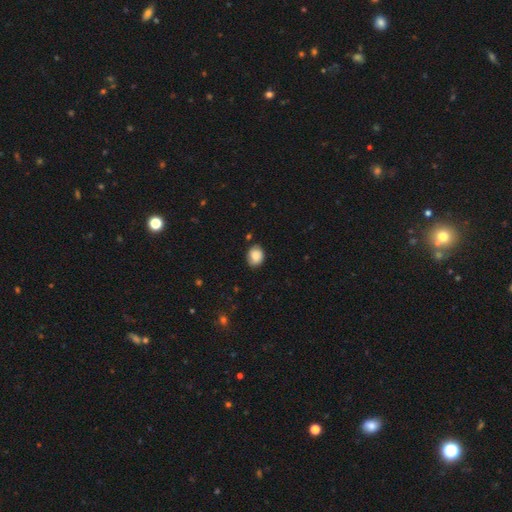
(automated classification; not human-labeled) This is clearly a smooth galaxy (83%). How rounded: possibly in between (50%, tied with round). Merging: likely none (73%).